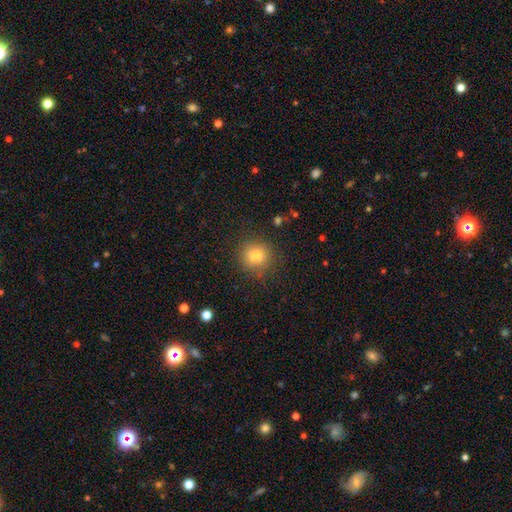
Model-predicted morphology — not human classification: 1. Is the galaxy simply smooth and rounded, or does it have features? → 80% smooth, 12% star or artifact, 7% featured or disk.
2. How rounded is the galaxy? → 90% round, 9% in between, 1% cigar-shaped.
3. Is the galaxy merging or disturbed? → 85% none, 10% minor disturbance, 3% major disturbance, 2% merger.